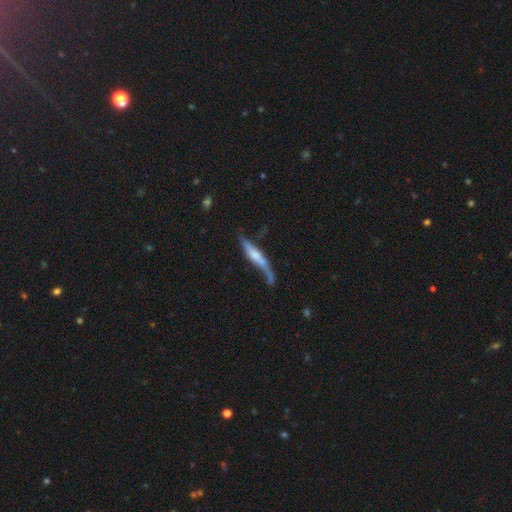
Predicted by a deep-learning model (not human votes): Smooth or featured: featured or disk — 52% (smooth — 41%)
Edge-on disk: yes — 76% (no — 24%)
Merging: none — 41% (minor disturbance — 27%)